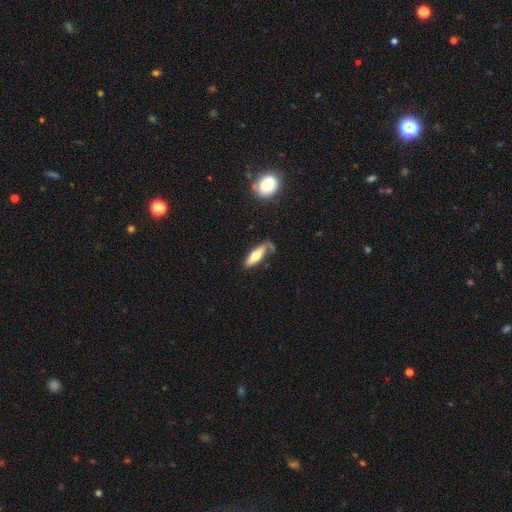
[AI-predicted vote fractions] Smooth or featured? Predicted: smooth (p=0.61). How rounded? Predicted: cigar-shaped (p=0.52). Merging? Predicted: none (p=0.59).